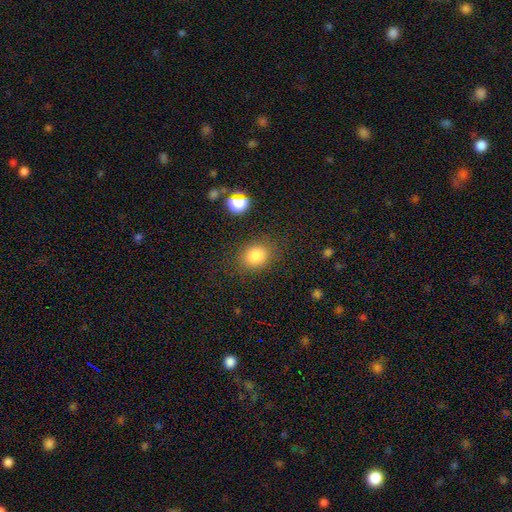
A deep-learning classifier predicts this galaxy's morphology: Smooth or featured? smooth (83%)
How rounded? round (50%)
Merging? none (80%)